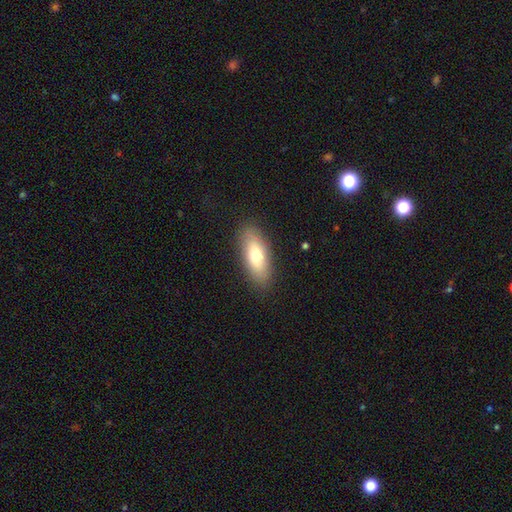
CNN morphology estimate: Smooth or featured: smooth — 70% (featured or disk — 23%)
How rounded: in between — 77% (cigar-shaped — 20%)
Merging: none — 86% (minor disturbance — 10%)